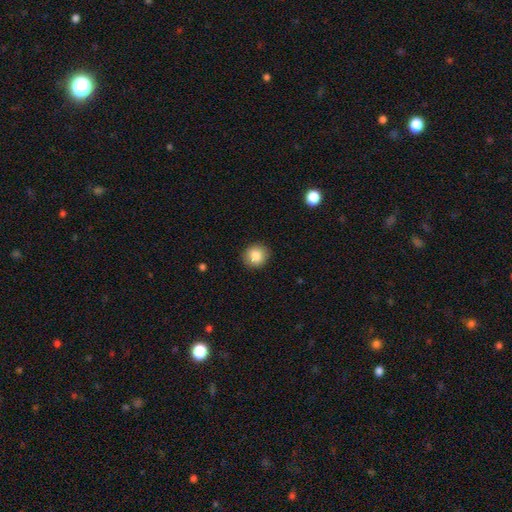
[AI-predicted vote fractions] smooth_or_featured: smooth (p=0.85) [alt: star or artifact p=0.09]
how_rounded: round (p=0.86) [alt: in between p=0.13]
merging: none (p=0.90) [alt: minor disturbance p=0.07]